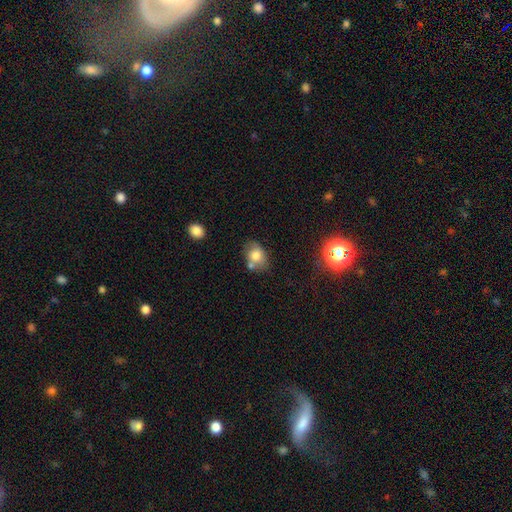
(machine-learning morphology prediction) A smooth galaxy with no disk features (75%) that is in between round and cigar-shaped (67%). Merging: none (57%).